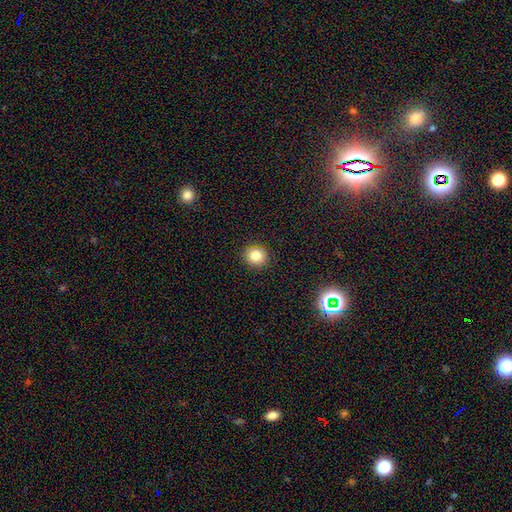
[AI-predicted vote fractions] This appears to be a smooth galaxy with no disk features (83%) that is round (89%). Merging: none (92%).